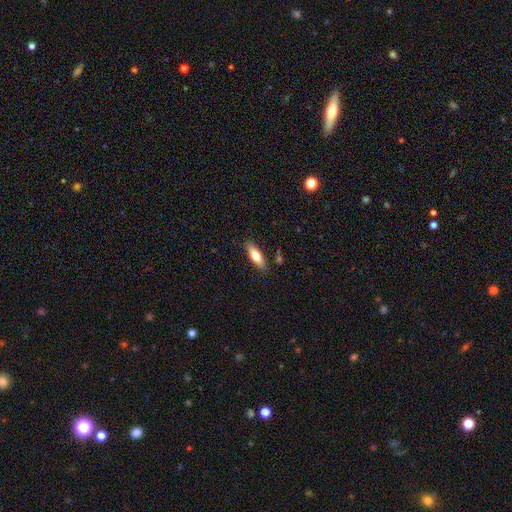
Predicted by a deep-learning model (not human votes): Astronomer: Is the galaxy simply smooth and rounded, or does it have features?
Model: smooth — 66%.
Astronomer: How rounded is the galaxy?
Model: in between — 54% (runner-up: cigar-shaped, 44%).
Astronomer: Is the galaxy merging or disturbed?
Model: none — 83%.